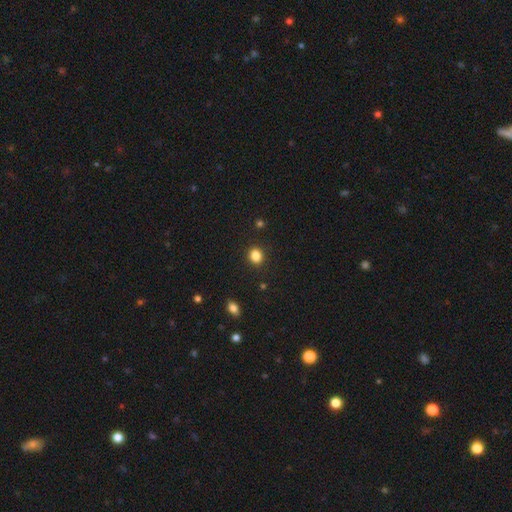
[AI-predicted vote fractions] Overall: smooth (85%). How rounded: round (71%). Merging: none (90%).